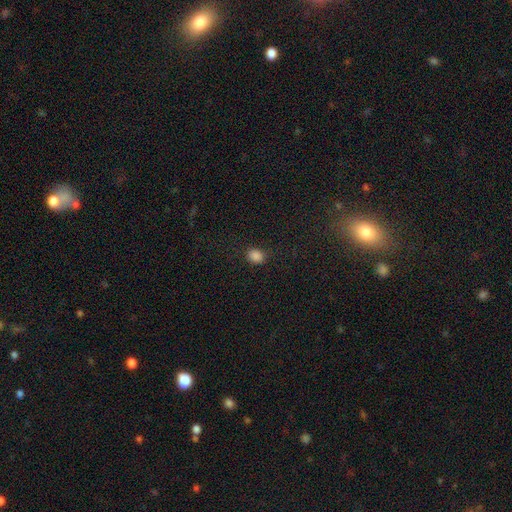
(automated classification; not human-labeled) smooth_or_featured: smooth (p=0.85) [alt: star or artifact p=0.12]
how_rounded: round (p=0.54) [alt: in between p=0.45]
merging: none (p=0.85) [alt: minor disturbance p=0.11]